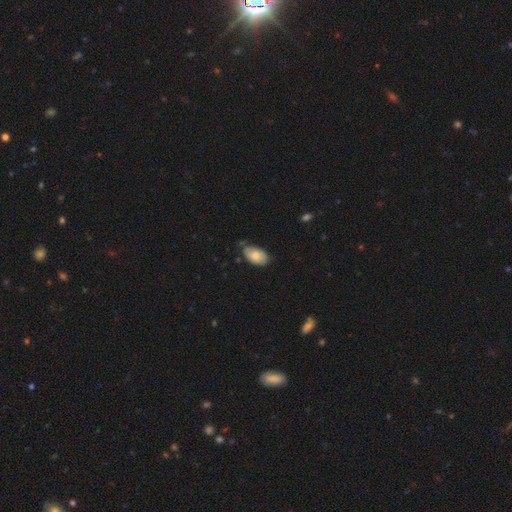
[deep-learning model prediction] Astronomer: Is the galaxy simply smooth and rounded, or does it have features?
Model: smooth — 72%.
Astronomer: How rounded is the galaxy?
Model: in between — 93%.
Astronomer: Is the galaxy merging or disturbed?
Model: none — 55% (runner-up: minor disturbance, 35%).